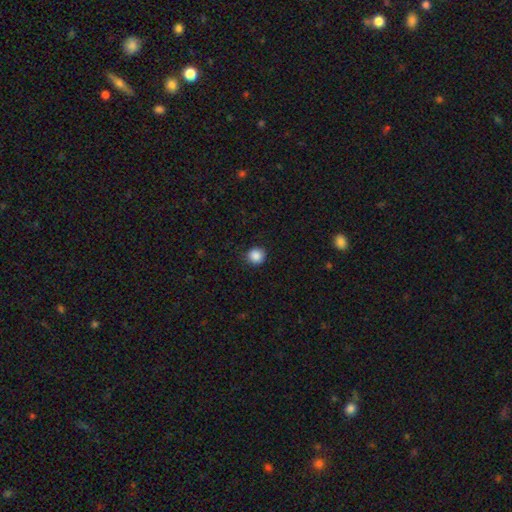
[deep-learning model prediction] A smooth galaxy with no disk features (87%) that is round (92%). Merging: none (89%).